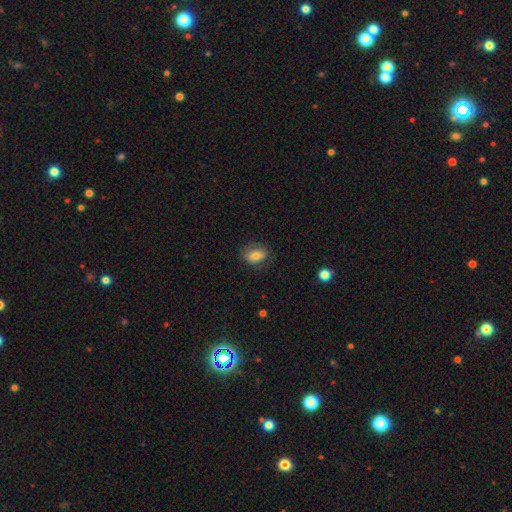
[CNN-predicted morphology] Smooth or featured? Predicted: smooth (p=0.75). How rounded? Predicted: in between (p=0.76). Merging? Predicted: none (p=0.75).